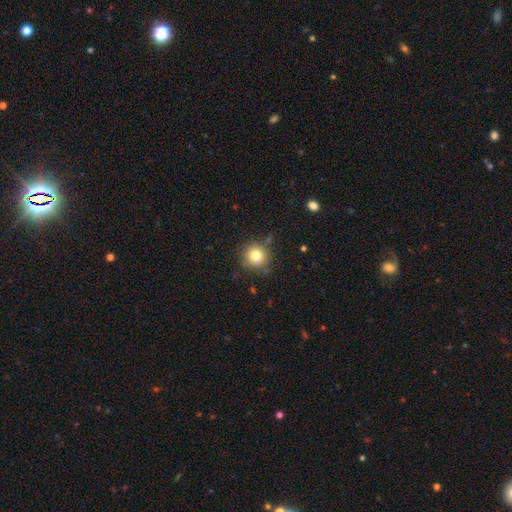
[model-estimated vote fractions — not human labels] smooth 80%, star or artifact 12%, featured or disk 8%. Down the decision tree: how rounded — round (93%); merging — none (83%).